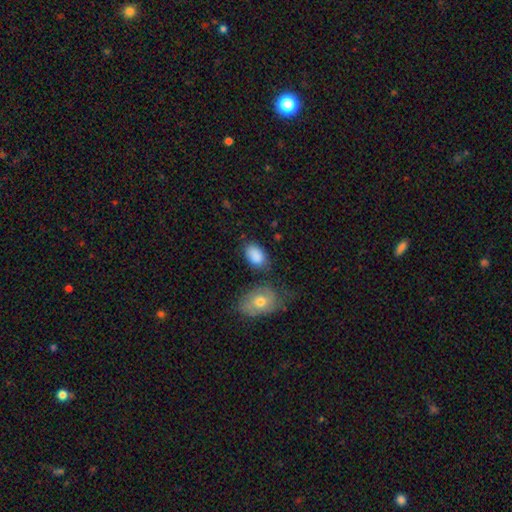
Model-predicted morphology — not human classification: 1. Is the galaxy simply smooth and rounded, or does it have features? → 85% smooth, 8% featured or disk, 7% star or artifact.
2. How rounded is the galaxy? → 88% in between, 10% round, 1% cigar-shaped.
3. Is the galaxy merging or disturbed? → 63% none, 20% minor disturbance, 10% merger, 7% major disturbance.